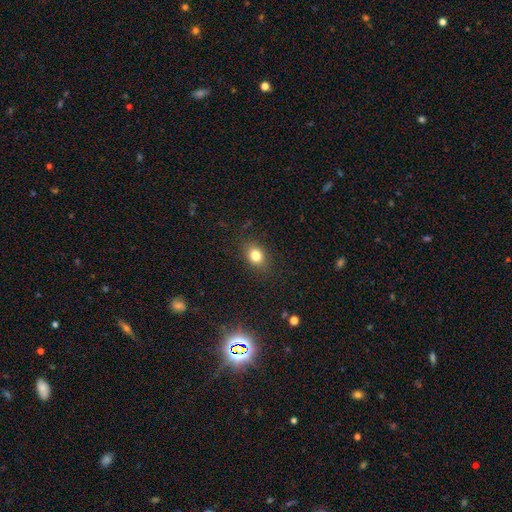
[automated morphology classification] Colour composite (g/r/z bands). It shows a smooth galaxy with no disk features (80%) that is in between round and cigar-shaped (61%). Merging: none (85%).